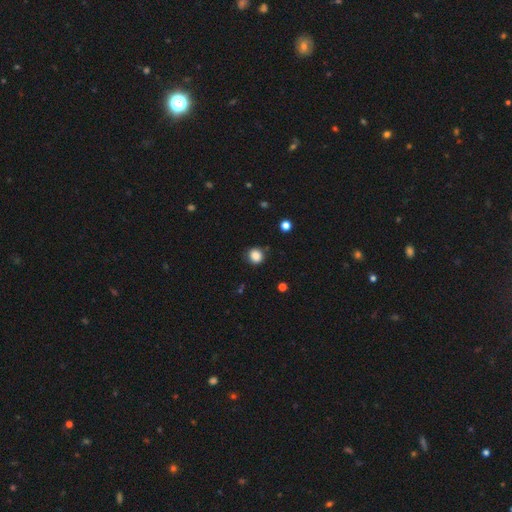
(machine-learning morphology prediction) Smooth or featured?
  - smooth: 85% *
  - star or artifact: 11%
  - featured or disk: 5%
How rounded?
  - round: 87% *
  - in between: 12%
  - cigar-shaped: 1%
Merging?
  - none: 85% *
  - minor disturbance: 10%
  - major disturbance: 3%
  - merger: 2%